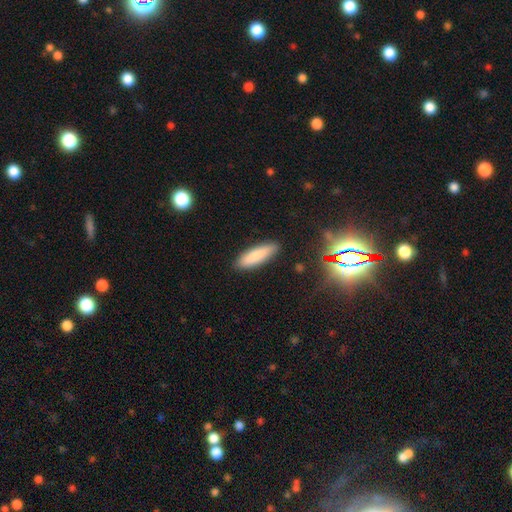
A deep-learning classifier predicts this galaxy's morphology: The model was most divided on "how rounded": cigar-shaped: 52%, in between: 46%, round: 2%. More confident: merging — none (88%); smooth or featured — smooth (85%).